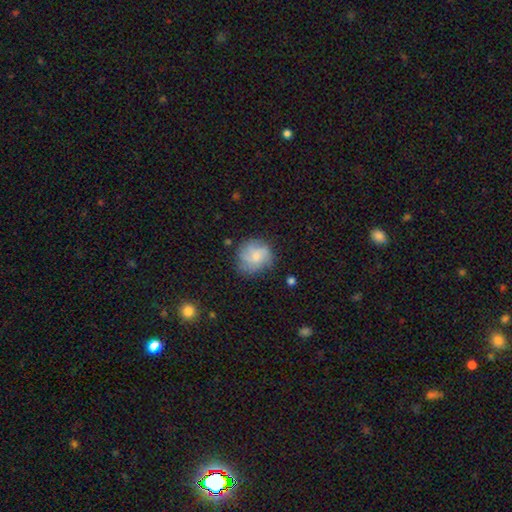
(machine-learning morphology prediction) Smooth or featured?
  - smooth: 53% *
  - featured or disk: 38%
  - star or artifact: 9%
How rounded?
  - round: 79% *
  - in between: 20%
  - cigar-shaped: 1%
Merging?
  - none: 68% *
  - minor disturbance: 21%
  - major disturbance: 10%
  - merger: 2%